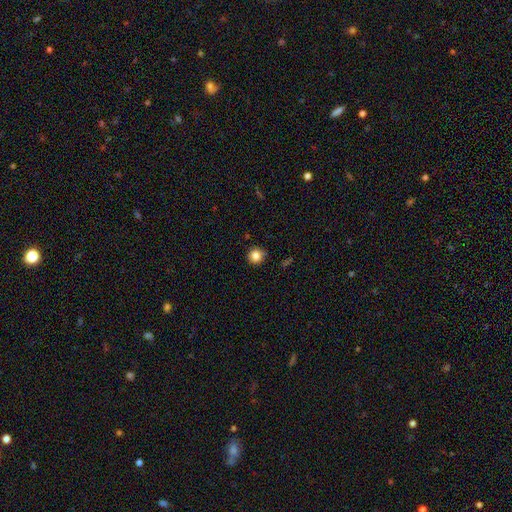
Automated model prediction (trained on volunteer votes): A smooth galaxy with no disk features (84%) that is round (92%).

Vote fractions:
- Smooth or featured? smooth: 84% / star or artifact: 11% / featured or disk: 6%
- How rounded? round: 92% / in between: 7% / cigar-shaped: 1%
- Merging? none: 87% / minor disturbance: 10% / major disturbance: 2% / merger: 1%